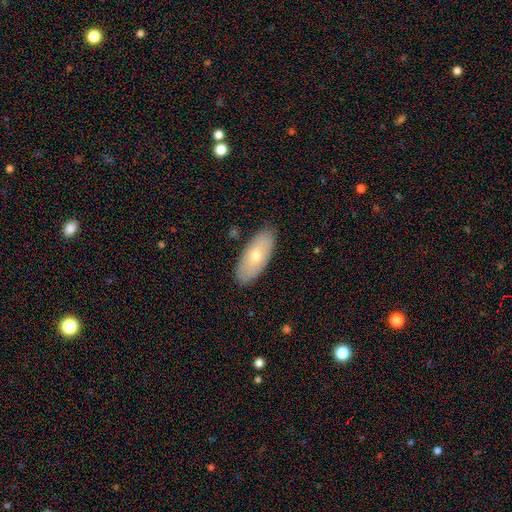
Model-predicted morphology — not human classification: This appears to be a smooth galaxy with no disk features (64%) that is in between round and cigar-shaped (85%). Merging: none (88%).